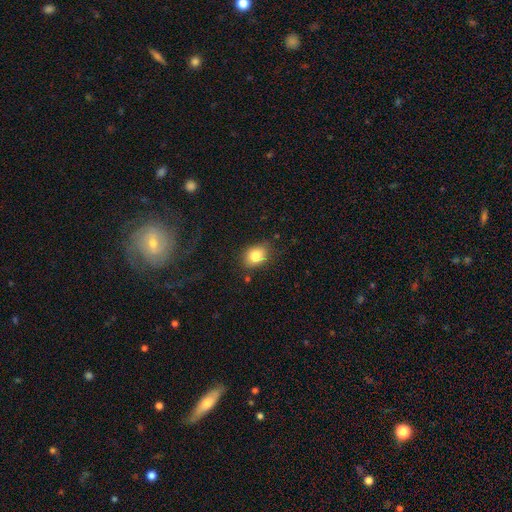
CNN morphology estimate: This appears to be a smooth galaxy with no disk features (82%) that is in between round and cigar-shaped (59%). Merging: none (77%).